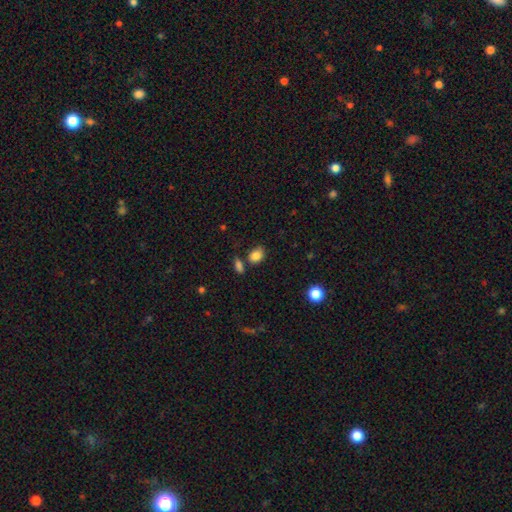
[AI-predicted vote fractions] smooth-or-featured: smooth: 85% | star or artifact: 10% | featured or disk: 5%
  how-rounded: in between: 69% | round: 30% | cigar-shaped: 1%
  merging: none: 66% | minor disturbance: 15% | merger: 14% | major disturbance: 5%